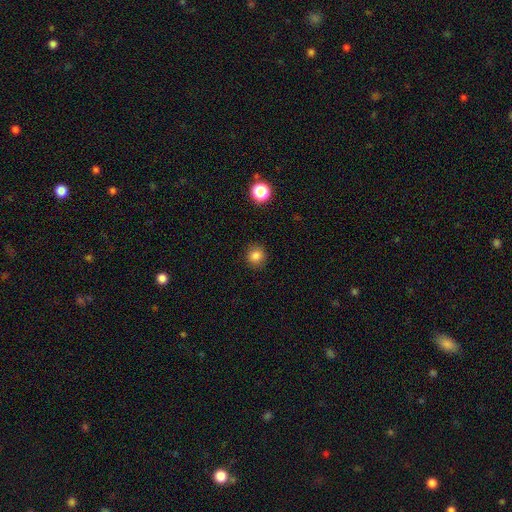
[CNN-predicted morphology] This appears to be a smooth galaxy with no disk features (83%) that is round (91%). Merging: none (90%).